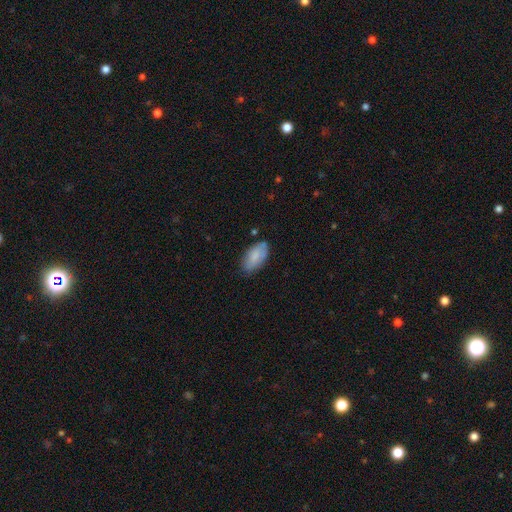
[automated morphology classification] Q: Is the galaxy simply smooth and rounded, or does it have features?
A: smooth — 81%.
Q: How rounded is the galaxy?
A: in between — 93%.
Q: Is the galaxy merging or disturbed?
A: none — 73%.